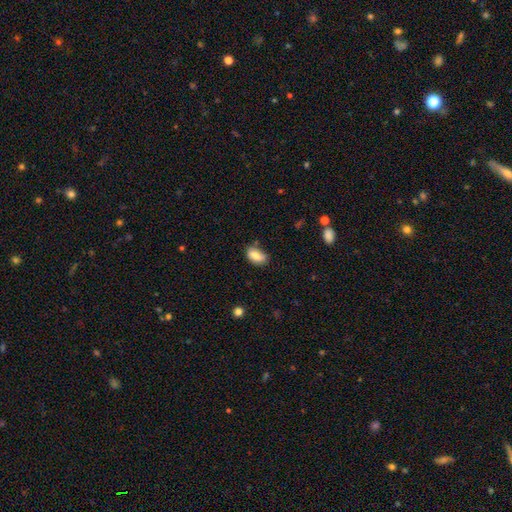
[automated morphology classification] This appears to be a smooth galaxy with no disk features (78%) that is in between round and cigar-shaped (90%). Merging: none (67%).